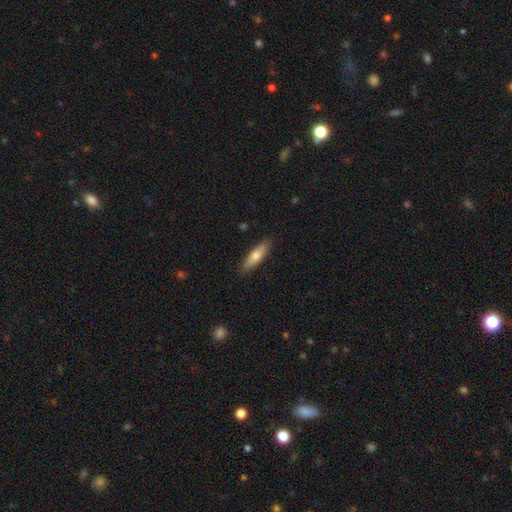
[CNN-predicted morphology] smooth_or_featured: smooth (p=0.72) [alt: featured or disk p=0.22]
how_rounded: cigar-shaped (p=0.58) [alt: in between p=0.40]
merging: none (p=0.87) [alt: minor disturbance p=0.09]